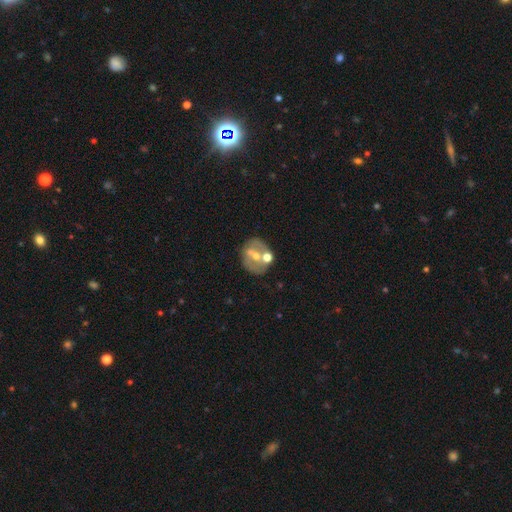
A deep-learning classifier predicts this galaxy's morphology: The model was most divided on "bulge size": moderate: 49%, small: 41%, none: 6%, large: 3%, dominant: 1%. Remaining: edge-on disk — no (96%); spiral arms — no (71%); smooth or featured — featured or disk (59%); merging — none (57%); bar — no (44%).